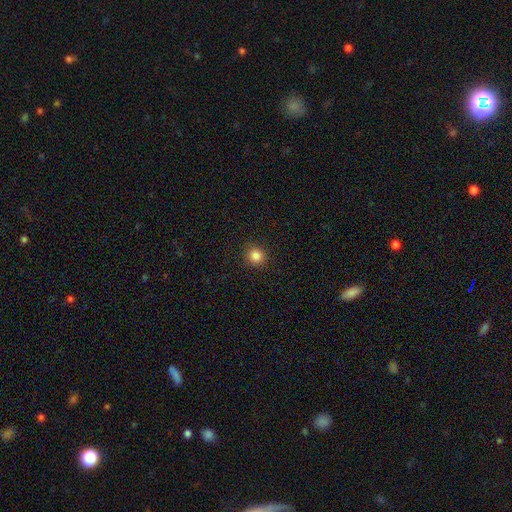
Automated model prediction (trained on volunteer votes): A smooth galaxy with no disk features (85%) that is round (90%).

Vote fractions:
- Smooth or featured? smooth: 85% / star or artifact: 11% / featured or disk: 4%
- How rounded? round: 90% / in between: 9% / cigar-shaped: 1%
- Merging? none: 91% / minor disturbance: 6% / major disturbance: 2% / merger: 1%